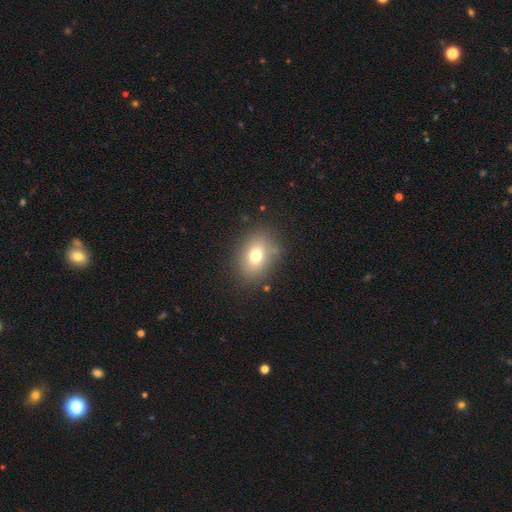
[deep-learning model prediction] Morphology: type=smooth (74%); roundness=in between (62%); merging=none (82%).